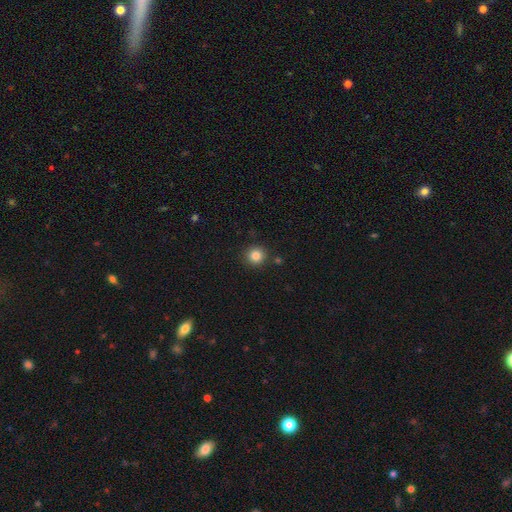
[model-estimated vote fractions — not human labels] A smooth galaxy with no disk features (83%) that is round (94%).

Vote fractions:
- Smooth or featured? smooth: 83% / star or artifact: 11% / featured or disk: 5%
- How rounded? round: 94% / in between: 5% / cigar-shaped: 1%
- Merging? none: 89% / minor disturbance: 6% / merger: 3% / major disturbance: 2%